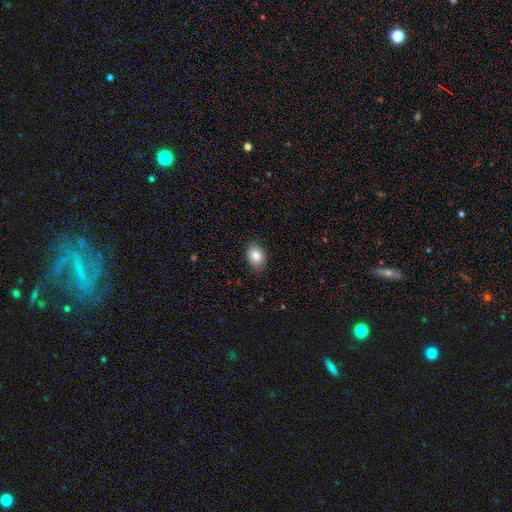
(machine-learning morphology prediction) This is clearly a smooth galaxy (84%). How rounded: likely in between (75%). Merging: clearly none (85%).